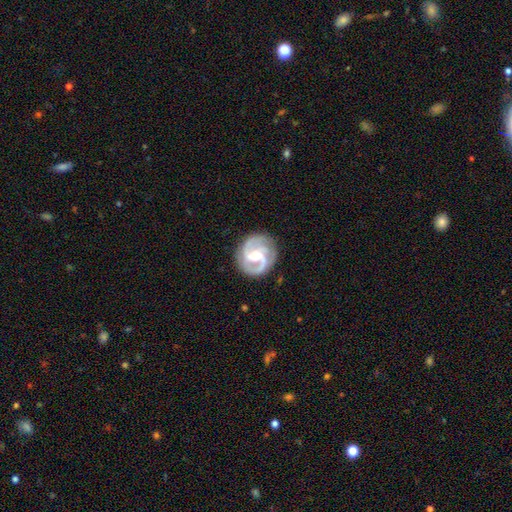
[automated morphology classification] This is clearly a featured or disk galaxy (90%). It is clearly not viewed edge-on (98%). Bar: possibly weak (50%). Spiral arm pattern: clearly yes (97%). Spiral arm count: likely 2 (69%). Spiral winding: possibly medium (55%). Central bulge: likely moderate (60%). Merging: clearly none (82%).